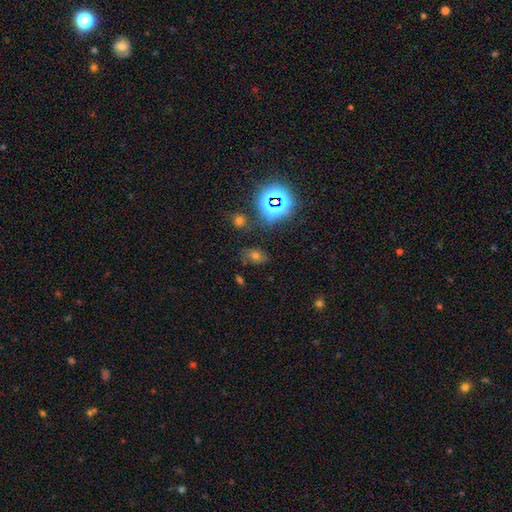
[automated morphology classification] This is possibly a smooth galaxy (54%). How rounded: likely in between (80%). Merging: likely none (76%).